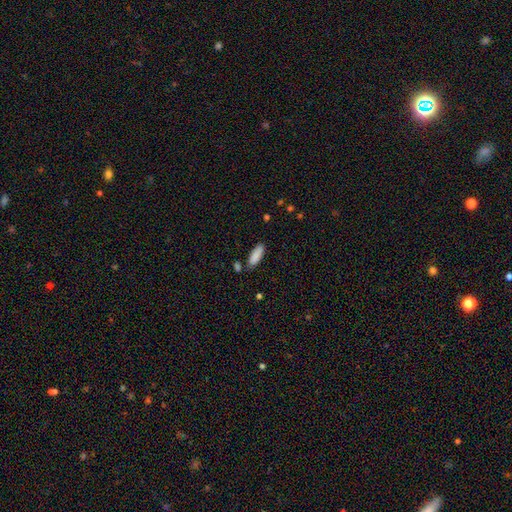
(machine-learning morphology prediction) smooth_or_featured: smooth (p=0.89) [alt: star or artifact p=0.06]
how_rounded: in between (p=0.62) [alt: cigar-shaped p=0.37]
merging: none (p=0.80) [alt: minor disturbance p=0.12]